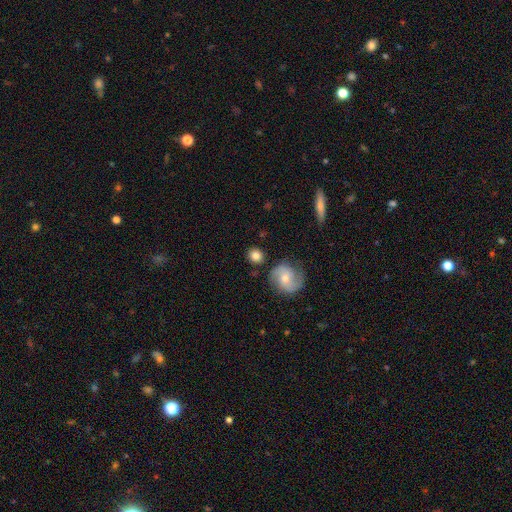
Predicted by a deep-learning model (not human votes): Smooth or featured? smooth (78%)
How rounded? round (87%)
Merging? none (82%)